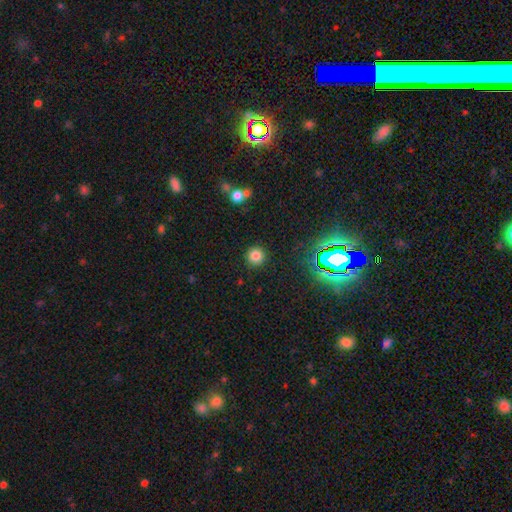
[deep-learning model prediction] smooth_or_featured: smooth (p=0.80) [alt: star or artifact p=0.15]
how_rounded: round (p=0.94) [alt: in between p=0.05]
merging: none (p=0.91) [alt: minor disturbance p=0.05]